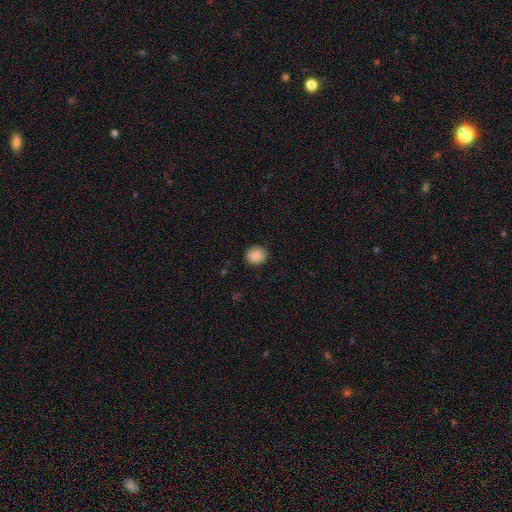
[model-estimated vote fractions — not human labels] Smooth or featured: smooth — 88% (star or artifact — 9%)
How rounded: round — 82% (in between — 17%)
Merging: none — 91% (minor disturbance — 6%)